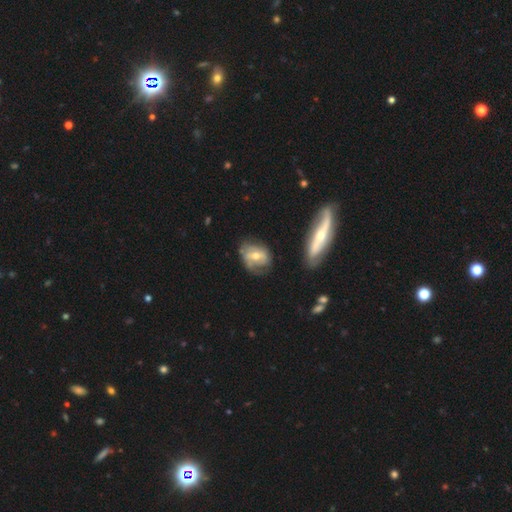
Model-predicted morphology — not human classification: Overall: featured or disk (59%; smooth 34%). Edge-on disk: no (93%). Bar: no (41%; weak 39%). Spiral arms: yes (62%; no 38%). Bulge size: moderate (63%; small 31%). Merging: none (58%; minor disturbance 27%).